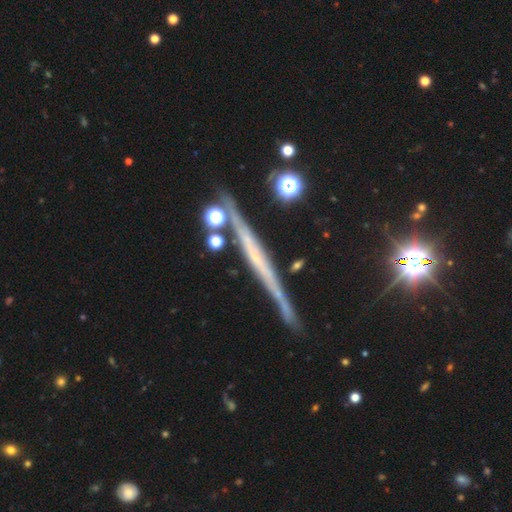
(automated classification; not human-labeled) Smooth or featured?
  - featured or disk: 68% *
  - smooth: 21%
  - star or artifact: 11%
Edge-on disk?
  - yes: 96% *
  - no: 4%
Edge-on bulge?
  - none: 80% *
  - rounded: 13%
  - boxy: 7%
Merging?
  - none: 83% *
  - minor disturbance: 11%
  - merger: 4%
  - major disturbance: 2%